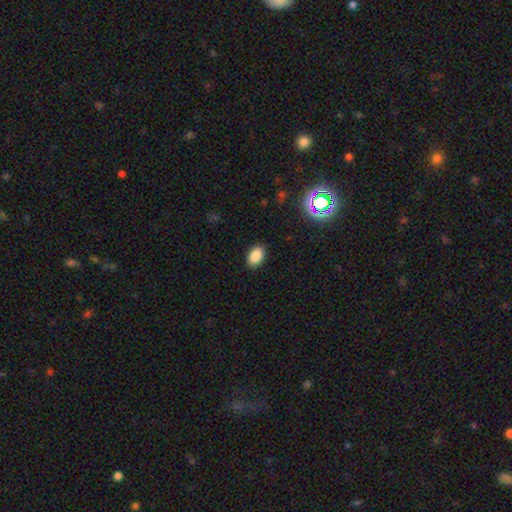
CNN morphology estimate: Smooth or featured? smooth (87%)
How rounded? in between (89%)
Merging? none (88%)